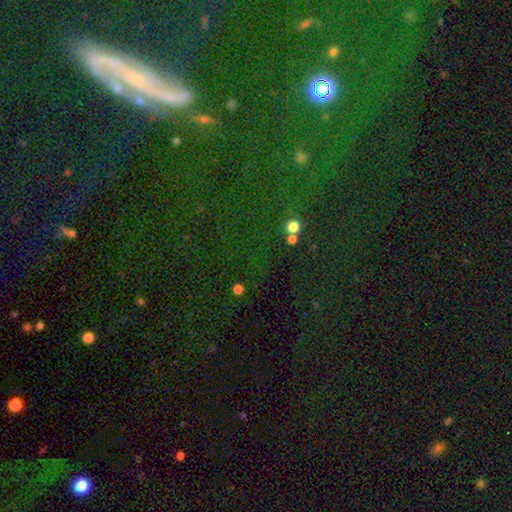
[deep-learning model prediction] star or artifact 50%, featured or disk 26%, smooth 24%.